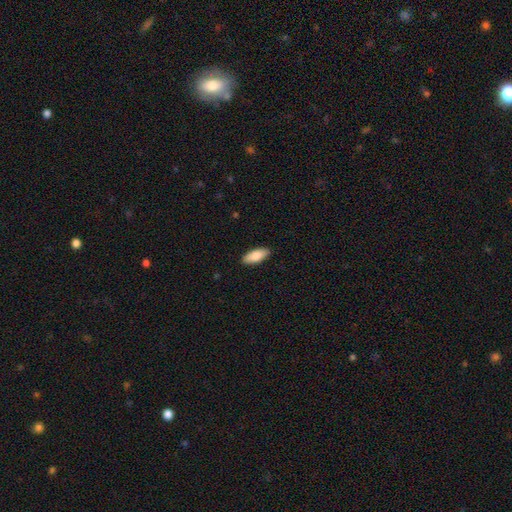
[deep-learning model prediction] Smooth or featured?
  - smooth: 83% *
  - featured or disk: 11%
  - star or artifact: 6%
How rounded?
  - in between: 80% *
  - cigar-shaped: 18%
  - round: 2%
Merging?
  - none: 90% *
  - minor disturbance: 8%
  - major disturbance: 2%
  - merger: 1%